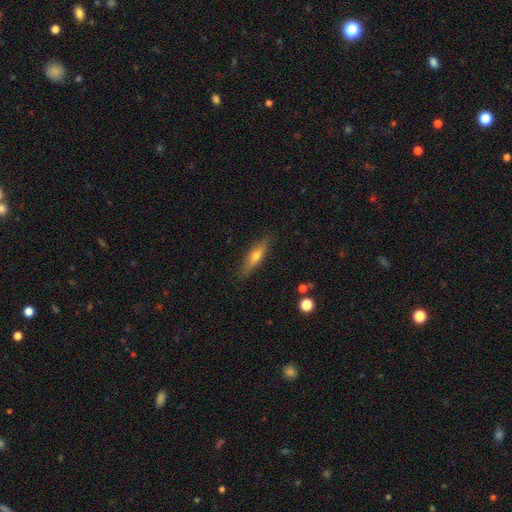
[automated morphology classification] smooth_or_featured: smooth (p=0.52) [alt: featured or disk p=0.41]
how_rounded: cigar-shaped (p=0.71) [alt: in between p=0.26]
merging: none (p=0.85) [alt: minor disturbance p=0.11]